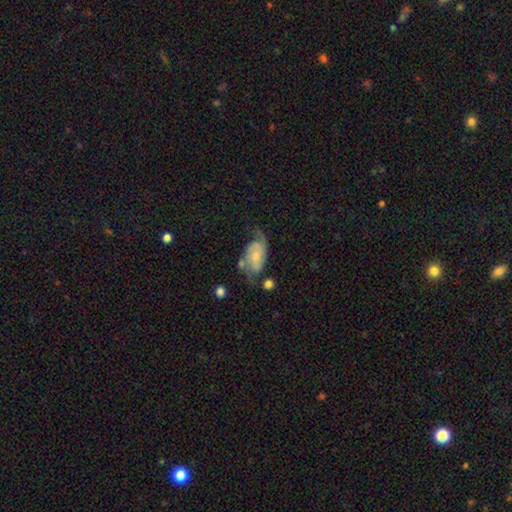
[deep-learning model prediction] Q: Smooth or featured?
A: featured or disk (68%); runner-up: smooth (25%)
Q: Edge-on disk?
A: no (96%); runner-up: yes (4%)
Q: Bar?
A: no (64%); runner-up: weak (30%)
Q: Spiral arms?
A: yes (89%); runner-up: no (11%)
Q: Spiral winding?
A: medium (42%); runner-up: loose (36%)
Q: Spiral arm count?
A: 2 (81%); runner-up: can't tell (9%)
Q: Bulge size?
A: small (52%); runner-up: moderate (32%)
Q: Merging?
A: none (46%); runner-up: minor disturbance (26%)